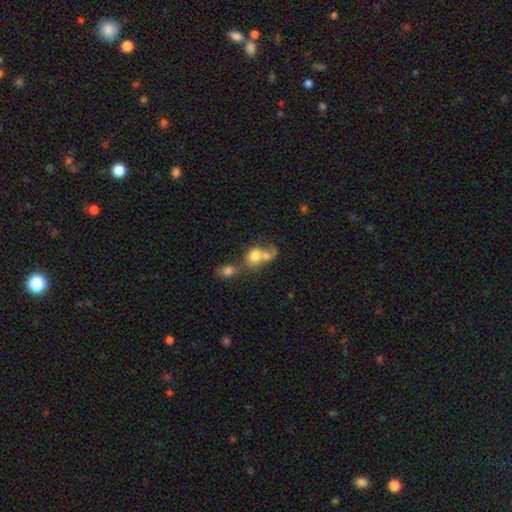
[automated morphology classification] Smooth or featured: smooth — 68% (featured or disk — 21%)
How rounded: round — 58% (in between — 40%)
Merging: merger — 67% (none — 17%)